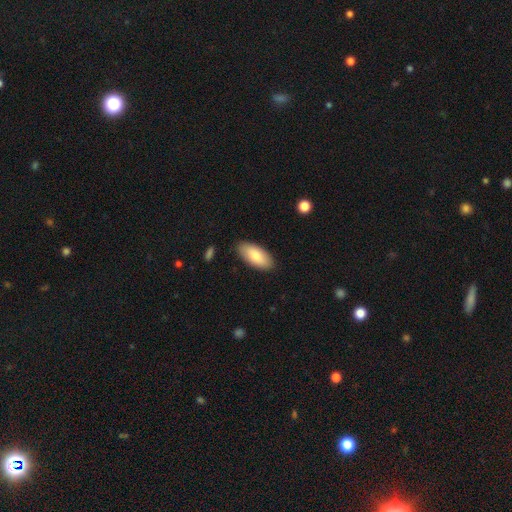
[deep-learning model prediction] Smooth or featured: smooth — 81% (featured or disk — 14%)
How rounded: in between — 90% (cigar-shaped — 8%)
Merging: none — 87% (minor disturbance — 10%)